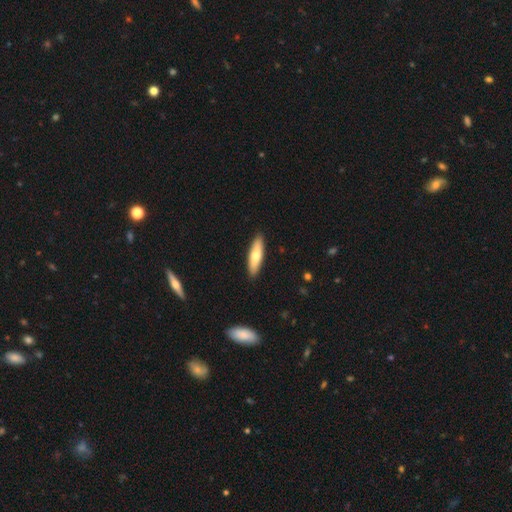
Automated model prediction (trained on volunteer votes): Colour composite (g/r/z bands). It shows a smooth galaxy with no disk features (69%) that is cigar-shaped (61%). Merging: none (90%).